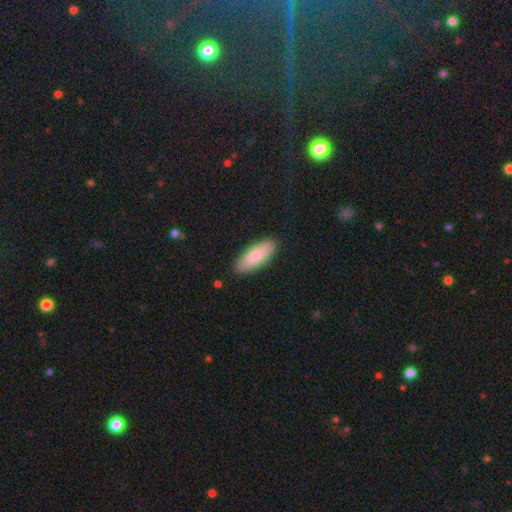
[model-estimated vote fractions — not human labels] smooth_or_featured: smooth (p=0.86) [alt: featured or disk p=0.09]
how_rounded: in between (p=0.71) [alt: cigar-shaped p=0.27]
merging: none (p=0.88) [alt: minor disturbance p=0.09]